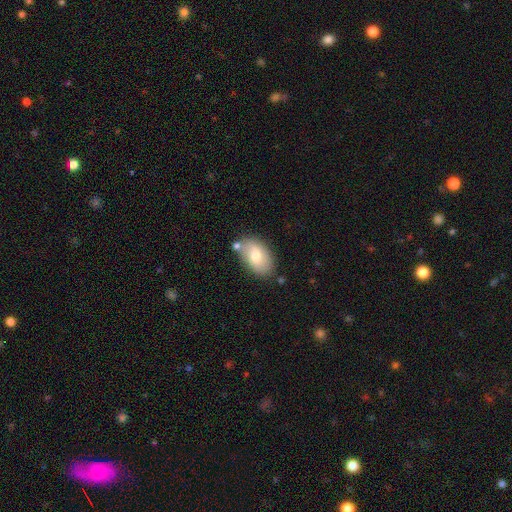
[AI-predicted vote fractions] A smooth galaxy with no disk features (70%) that is in between round and cigar-shaped (91%).

Vote fractions:
- Smooth or featured? smooth: 70% / featured or disk: 23% / star or artifact: 7%
- How rounded? in between: 91% / round: 7% / cigar-shaped: 1%
- Merging? none: 74% / minor disturbance: 15% / merger: 8% / major disturbance: 3%